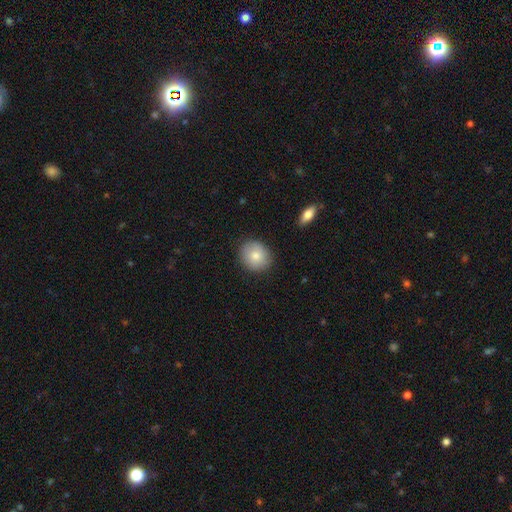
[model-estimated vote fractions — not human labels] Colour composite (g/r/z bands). It shows a smooth galaxy with no disk features (82%) that is round (77%). Merging: none (87%).